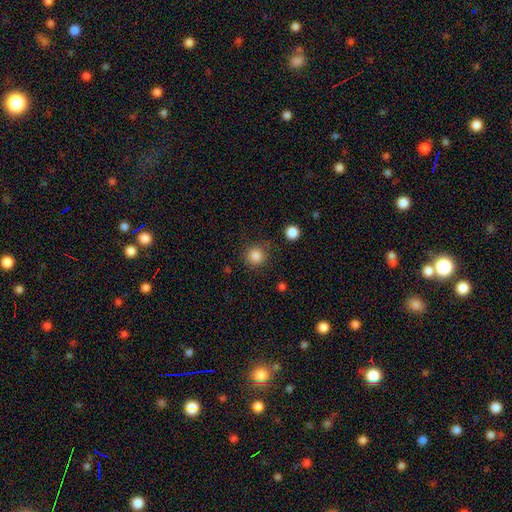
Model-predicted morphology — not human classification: A smooth galaxy with no disk features (85%) that is round (94%).

Vote fractions:
- Smooth or featured? smooth: 85% / star or artifact: 11% / featured or disk: 4%
- How rounded? round: 94% / in between: 5% / cigar-shaped: 1%
- Merging? none: 85% / minor disturbance: 9% / major disturbance: 3% / merger: 3%